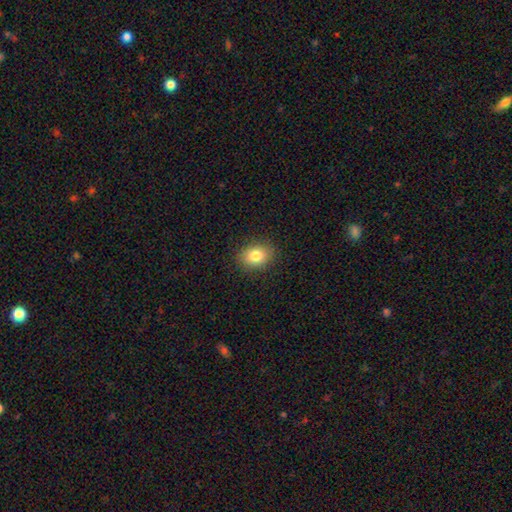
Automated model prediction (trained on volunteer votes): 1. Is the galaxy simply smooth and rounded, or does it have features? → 83% smooth, 9% star or artifact, 8% featured or disk.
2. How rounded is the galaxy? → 62% in between, 37% round, 1% cigar-shaped.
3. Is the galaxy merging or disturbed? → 88% none, 9% minor disturbance, 2% major disturbance, 1% merger.